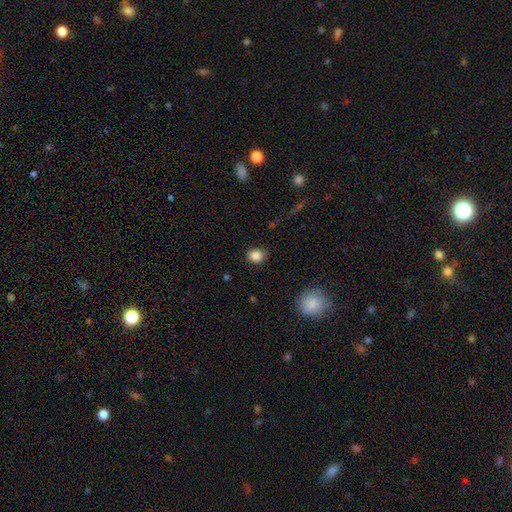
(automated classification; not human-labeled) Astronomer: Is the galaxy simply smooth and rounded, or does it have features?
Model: smooth — 85%.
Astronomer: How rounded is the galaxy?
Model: round — 68%.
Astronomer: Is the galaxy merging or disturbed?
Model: none — 85%.